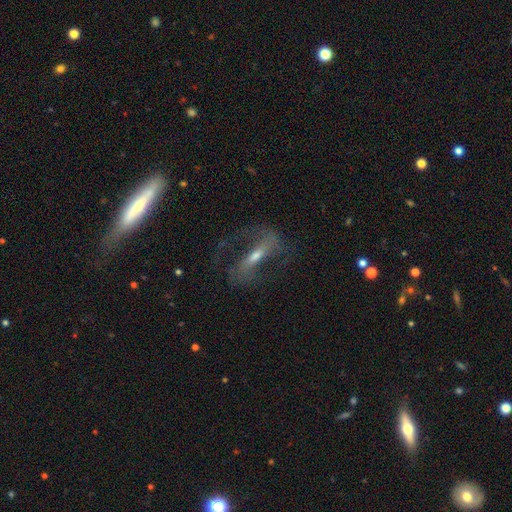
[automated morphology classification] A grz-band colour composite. It shows a featured or disk galaxy (79%) with a strong bar (54%), 2 (88%) loose (53%) spiral arms (88%) and a moderate central bulge (46%). Merging: none (64%).